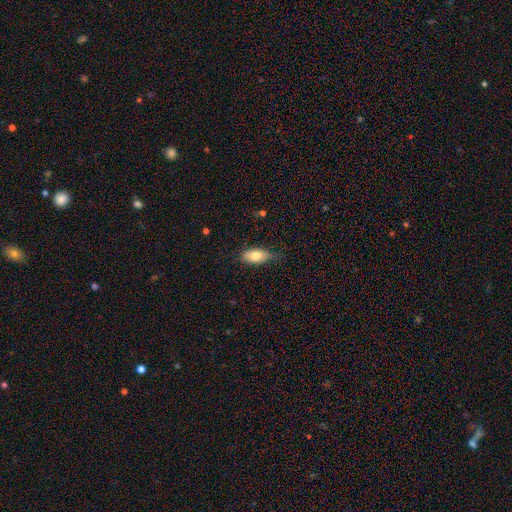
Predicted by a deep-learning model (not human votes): smooth_or_featured: smooth (p=0.75) [alt: featured or disk p=0.17]
how_rounded: in between (p=0.87) [alt: cigar-shaped p=0.08]
merging: none (p=0.61) [alt: minor disturbance p=0.31]